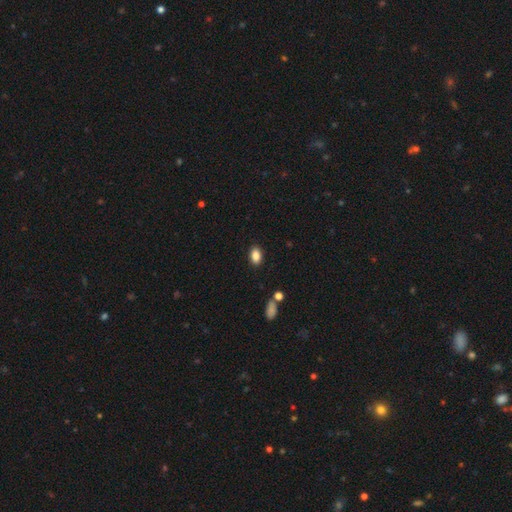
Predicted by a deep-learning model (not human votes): smooth 87%, star or artifact 8%, featured or disk 5%. Down the decision tree: how rounded — in between (87%); merging — none (87%).